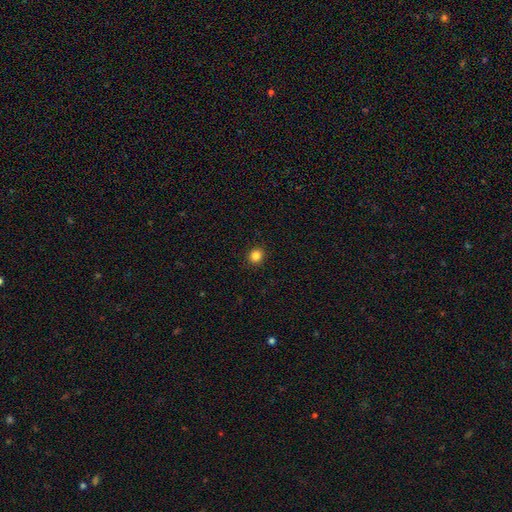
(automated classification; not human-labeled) Smooth or featured? smooth (85%)
How rounded? round (80%)
Merging? none (91%)